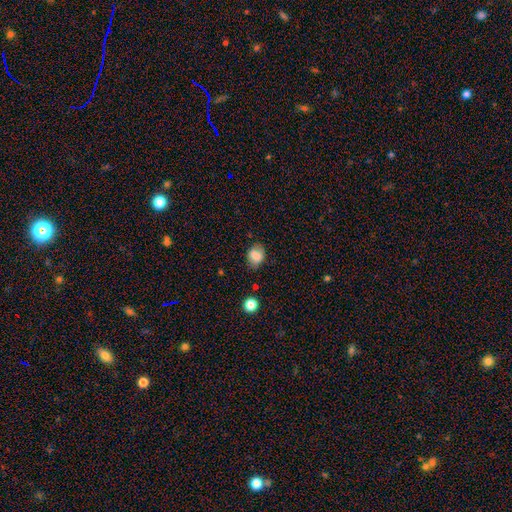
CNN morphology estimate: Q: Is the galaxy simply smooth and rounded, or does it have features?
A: smooth — 79%.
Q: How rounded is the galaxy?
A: in between — 64%.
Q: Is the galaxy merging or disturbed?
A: none — 72%.